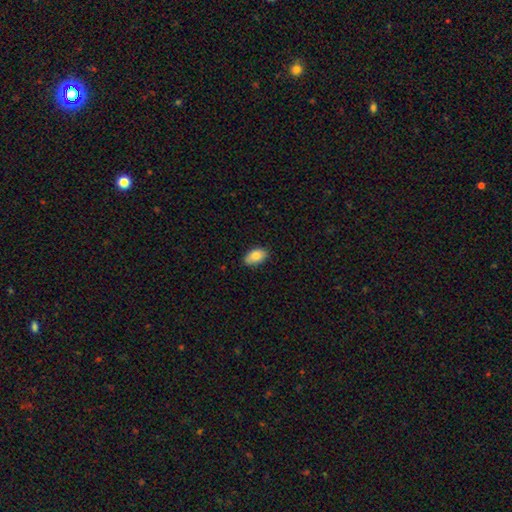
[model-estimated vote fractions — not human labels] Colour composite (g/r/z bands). It shows a smooth galaxy with no disk features (83%) that is in between round and cigar-shaped (92%). Merging: none (84%).